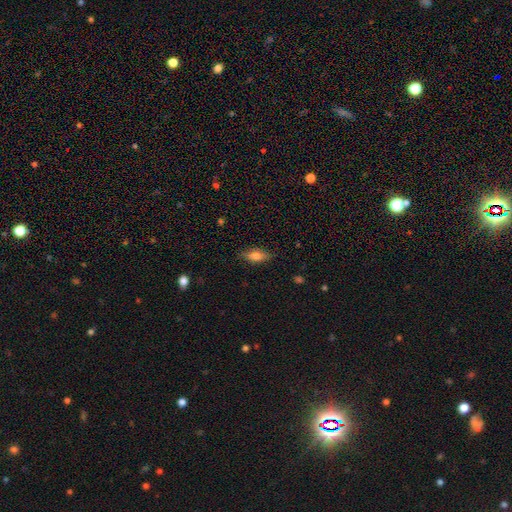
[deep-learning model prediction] smooth 73%, featured or disk 19%, star or artifact 8%. Down the decision tree: how rounded — in between (72%); merging — none (82%).